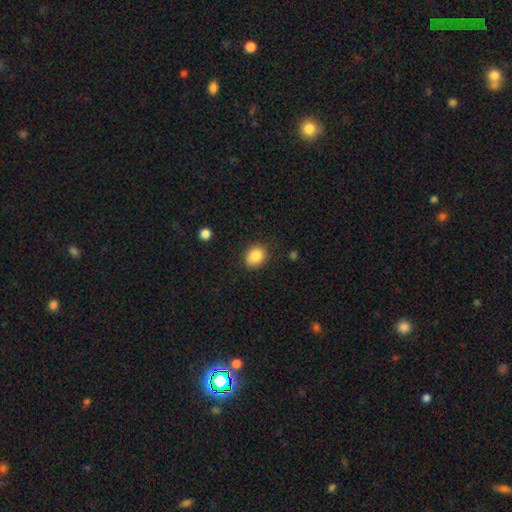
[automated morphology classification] This appears to be a smooth galaxy with no disk features (85%) that is round (53%). Merging: none (83%).